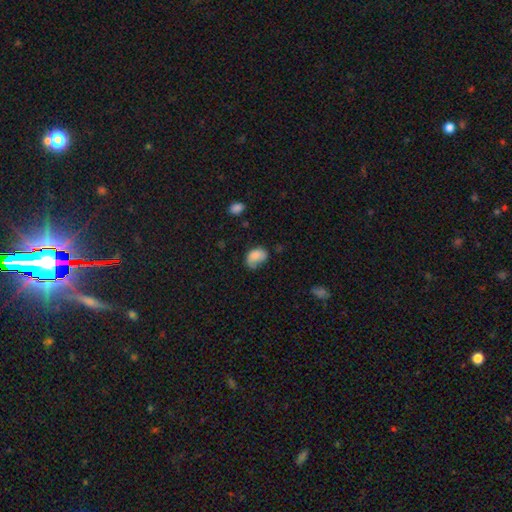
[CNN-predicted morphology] Q: Smooth or featured?
A: smooth (77%); runner-up: featured or disk (15%)
Q: How rounded?
A: in between (78%); runner-up: round (21%)
Q: Merging?
A: none (41%); runner-up: minor disturbance (35%)